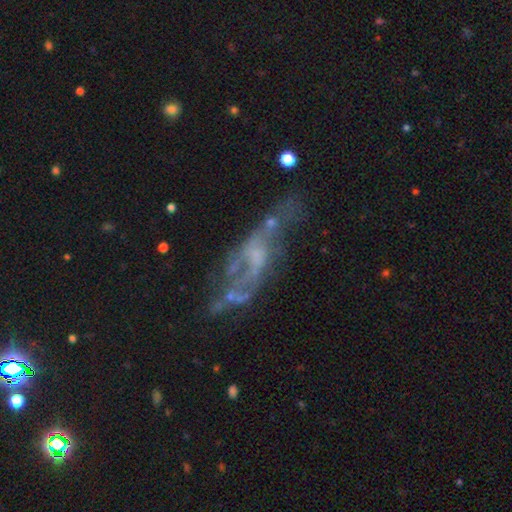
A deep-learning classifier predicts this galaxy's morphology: A featured or disk galaxy (69%) with no bar (67%), spiral arms (51%) and no central bulge (52%).

Vote fractions:
- Smooth or featured? featured or disk: 69% / smooth: 18% / star or artifact: 12%
- Edge-on disk? no: 87% / yes: 13%
- Bar? no: 67% / weak: 26% / strong: 7%
- Spiral arms? yes: 51% / no: 49%
- Bulge size? none: 52% / small: 27% / moderate: 16% / large: 3% / dominant: 1%
- Merging? none: 41% / major disturbance: 29% / minor disturbance: 20% / merger: 11%